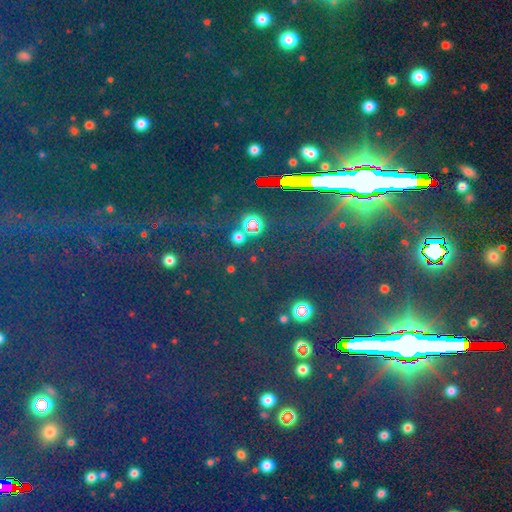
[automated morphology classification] Smooth or featured?
  - star or artifact: 83% *
  - smooth: 9%
  - featured or disk: 8%